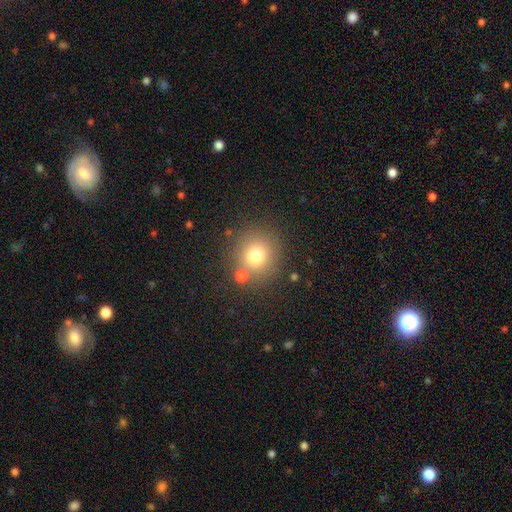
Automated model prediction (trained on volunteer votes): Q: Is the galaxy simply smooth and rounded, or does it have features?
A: smooth — 74%.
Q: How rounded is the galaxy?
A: round — 90%.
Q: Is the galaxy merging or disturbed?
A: none — 77%.